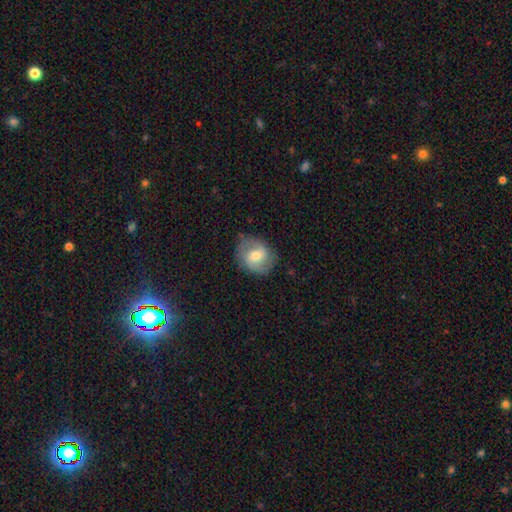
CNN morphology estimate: A featured or disk galaxy (51%).

Vote fractions:
- Smooth or featured? featured or disk: 51% / smooth: 42% / star or artifact: 7%
- Edge-on disk? no: 97% / yes: 3%
- Merging? none: 75% / minor disturbance: 18% / major disturbance: 6% / merger: 1%